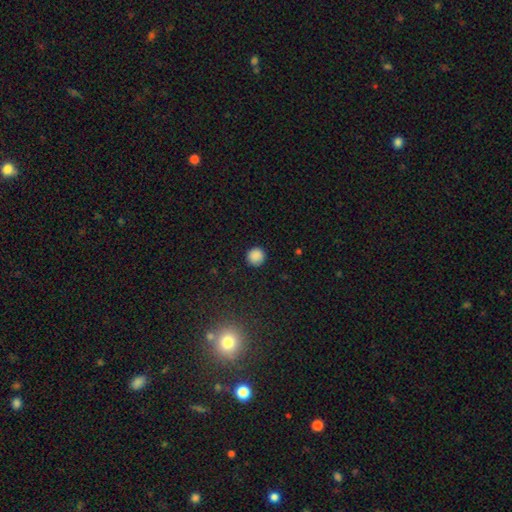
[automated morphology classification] Smooth or featured? Predicted: smooth (p=0.88). How rounded? Predicted: round (p=0.95). Merging? Predicted: none (p=0.91).